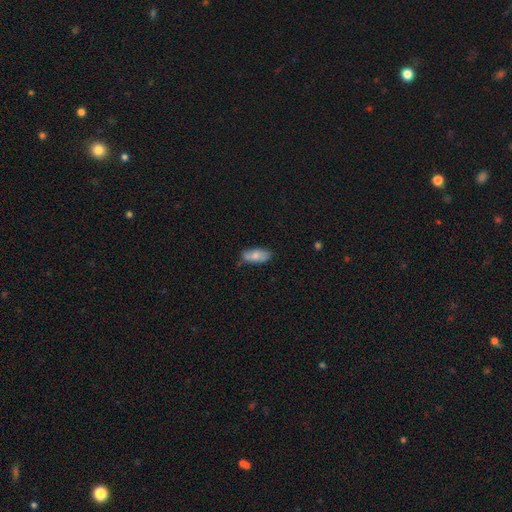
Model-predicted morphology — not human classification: This appears to be a smooth galaxy with no disk features (75%) that is in between round and cigar-shaped (87%). Merging: none (63%).